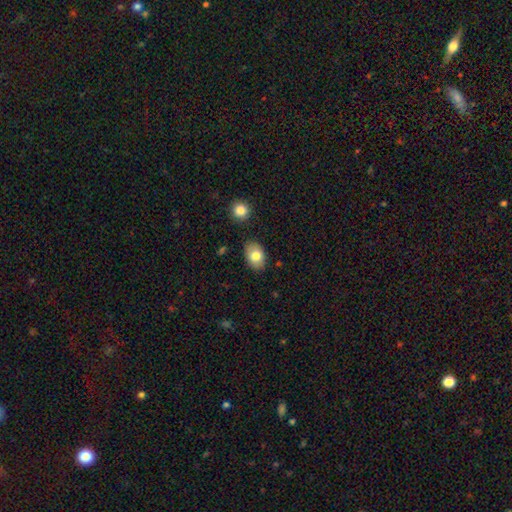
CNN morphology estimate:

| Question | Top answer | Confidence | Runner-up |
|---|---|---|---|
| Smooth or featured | smooth | 78% | featured or disk (14%) |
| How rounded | in between | 79% | round (20%) |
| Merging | none | 83% | minor disturbance (12%) |